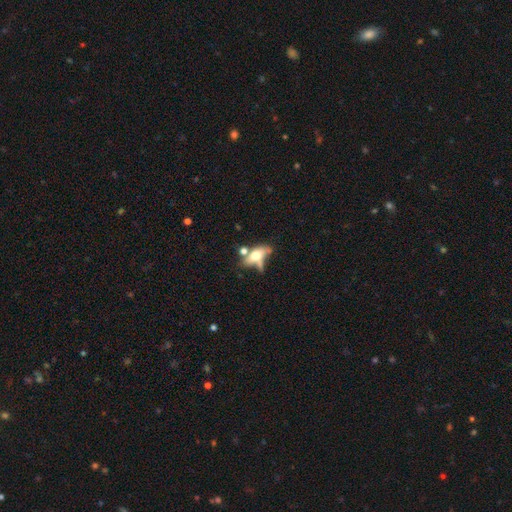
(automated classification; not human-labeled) A smooth galaxy with no disk features (49%).

Vote fractions:
- Smooth or featured? smooth: 49% / featured or disk: 41% / star or artifact: 9%
- Merging? merger: 38% / none: 27% / major disturbance: 19% / minor disturbance: 15%